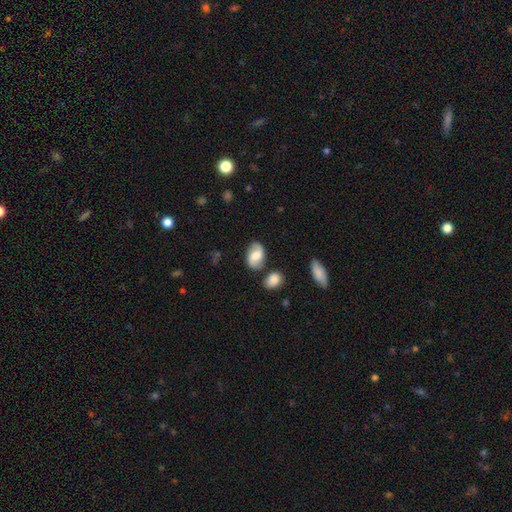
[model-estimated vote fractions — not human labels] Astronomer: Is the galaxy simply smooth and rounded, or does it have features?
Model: smooth — 48% (runner-up: featured or disk, 44%).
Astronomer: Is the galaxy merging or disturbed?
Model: none — 76%.